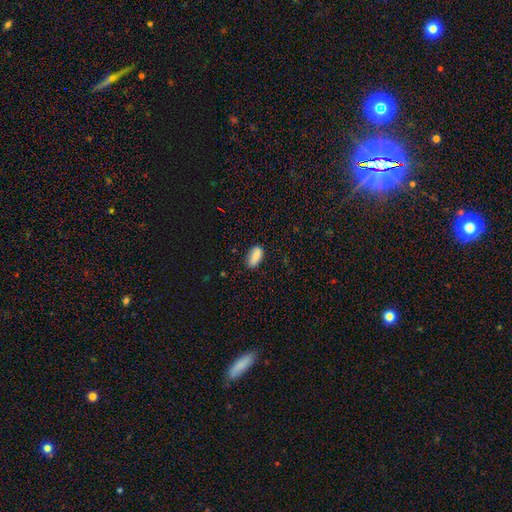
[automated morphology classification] smooth 85%, star or artifact 8%, featured or disk 7%. Down the decision tree: how rounded — in between (90%); merging — none (71%).